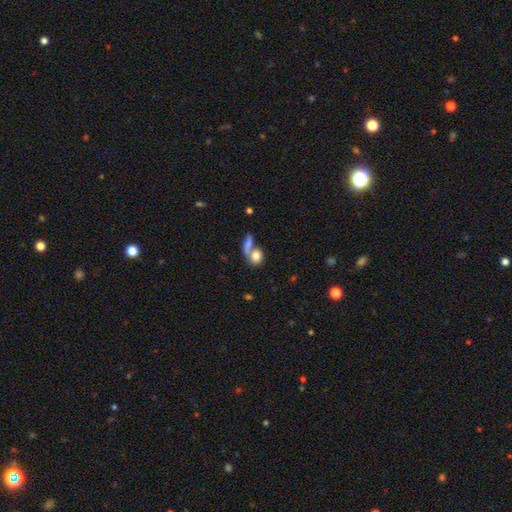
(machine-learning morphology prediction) Smooth or featured? smooth (77%)
How rounded? round (51%)
Merging? merger (53%)